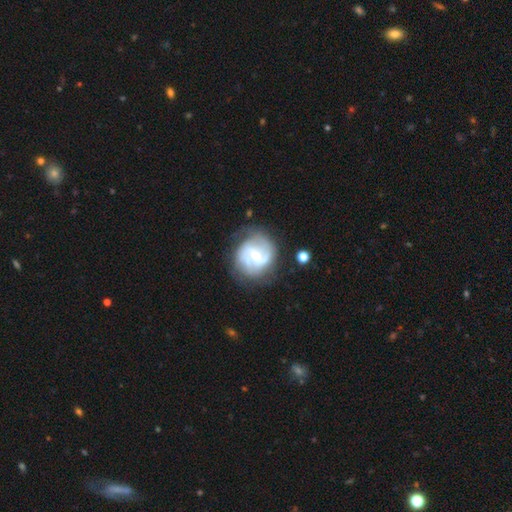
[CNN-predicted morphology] type=featured or disk (79%); edge-on=no (98%); bar=no (57%); spiral arms=yes (88%); winding=medium (42%, tied with tight); arm count=2 (48%); bulge=small (55%); merging=none (62%).